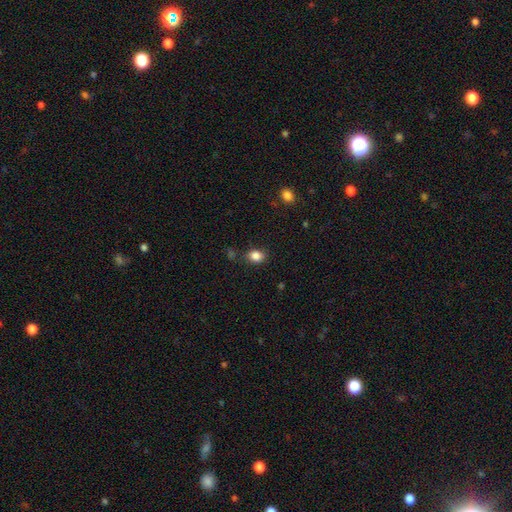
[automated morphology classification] Smooth or featured: smooth — 85% (star or artifact — 11%)
How rounded: in between — 52% (round — 47%)
Merging: none — 81% (minor disturbance — 13%)